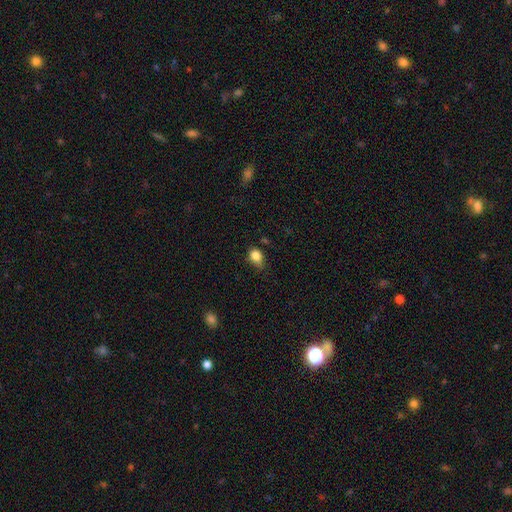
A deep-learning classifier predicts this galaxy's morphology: smooth-or-featured: smooth: 84% | star or artifact: 10% | featured or disk: 6%
  how-rounded: in between: 65% | round: 33% | cigar-shaped: 2%
  merging: none: 51% | minor disturbance: 38% | major disturbance: 9% | merger: 2%